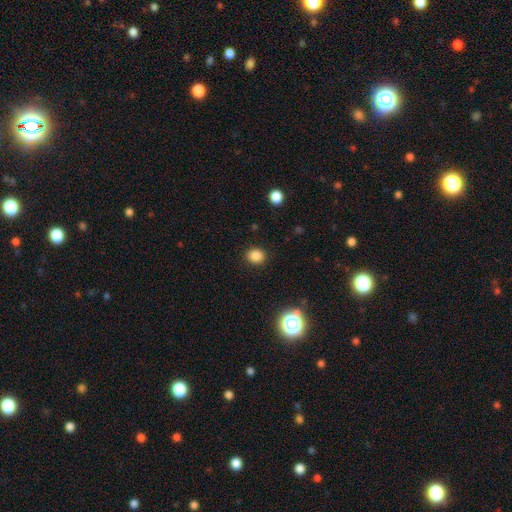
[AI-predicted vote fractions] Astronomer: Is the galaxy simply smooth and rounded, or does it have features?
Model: smooth — 84%.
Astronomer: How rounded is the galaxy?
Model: round — 71%.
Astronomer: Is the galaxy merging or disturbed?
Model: none — 89%.